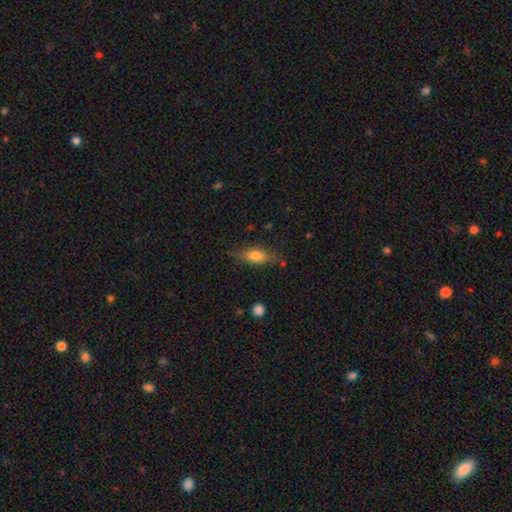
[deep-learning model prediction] A smooth galaxy with no disk features (70%) that is in between round and cigar-shaped (66%).

Vote fractions:
- Smooth or featured? smooth: 70% / featured or disk: 23% / star or artifact: 7%
- How rounded? in between: 66% / cigar-shaped: 30% / round: 4%
- Merging? none: 73% / minor disturbance: 19% / major disturbance: 5% / merger: 2%